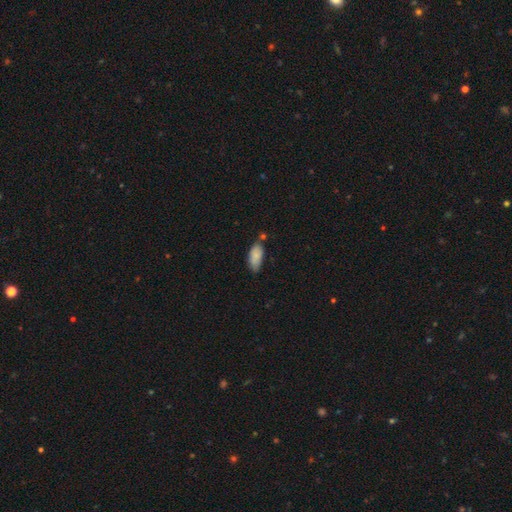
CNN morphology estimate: A smooth galaxy with no disk features (84%) that is in between round and cigar-shaped (87%). Merging: none (57%).